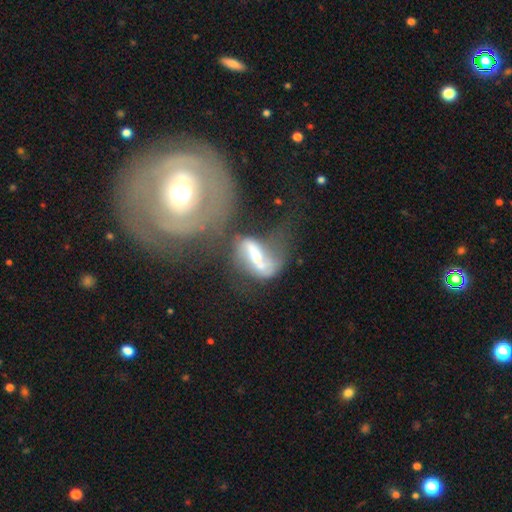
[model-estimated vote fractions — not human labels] A featured or disk galaxy (66%) with a strong bar (50%), spiral arms (66%) and a moderate central bulge (43%). Merging: merger (45%).